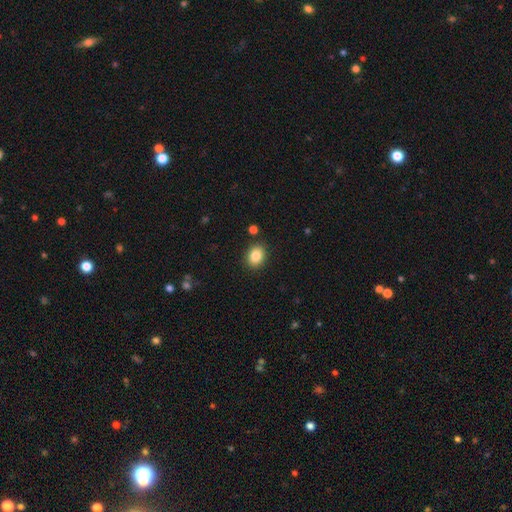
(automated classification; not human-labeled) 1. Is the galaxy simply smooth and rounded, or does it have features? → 85% smooth, 9% star or artifact, 6% featured or disk.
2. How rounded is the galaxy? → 54% in between, 45% round, 1% cigar-shaped.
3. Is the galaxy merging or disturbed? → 87% none, 8% minor disturbance, 2% merger, 2% major disturbance.